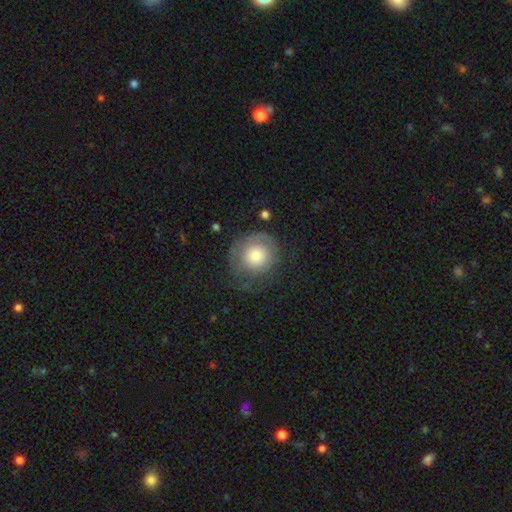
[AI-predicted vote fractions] Morphology: type=smooth (58%); roundness=round (88%); merging=none (57%).